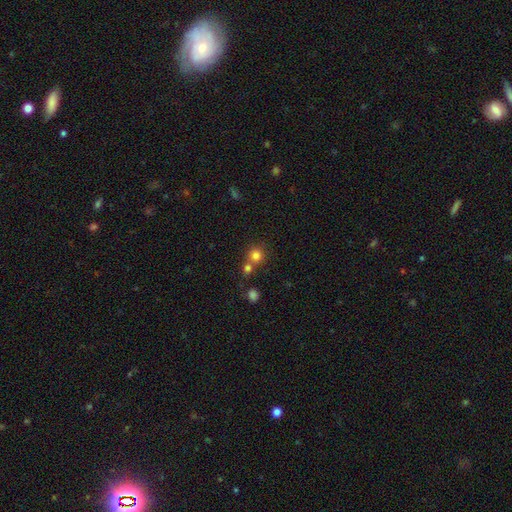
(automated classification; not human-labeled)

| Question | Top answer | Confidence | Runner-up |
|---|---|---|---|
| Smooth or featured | smooth | 79% | star or artifact (14%) |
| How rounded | round | 90% | in between (9%) |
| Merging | none | 60% | merger (30%) |